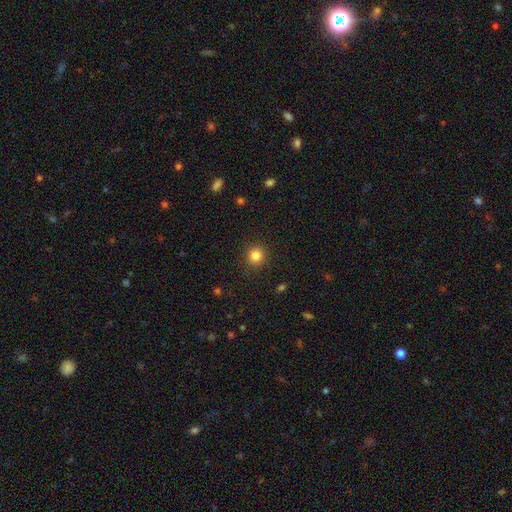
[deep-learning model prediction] smooth-or-featured: smooth: 83% | star or artifact: 12% | featured or disk: 5%
  how-rounded: round: 92% | in between: 7% | cigar-shaped: 1%
  merging: none: 91% | minor disturbance: 6% | major disturbance: 2% | merger: 1%